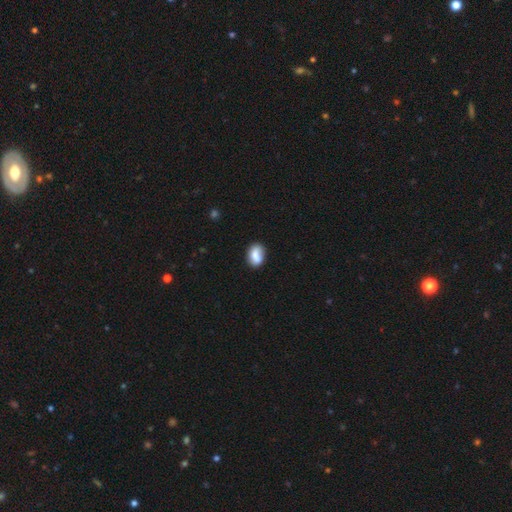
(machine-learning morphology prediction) This is likely a smooth galaxy (77%). How rounded: clearly in between (82%). Merging: likely none (62%).